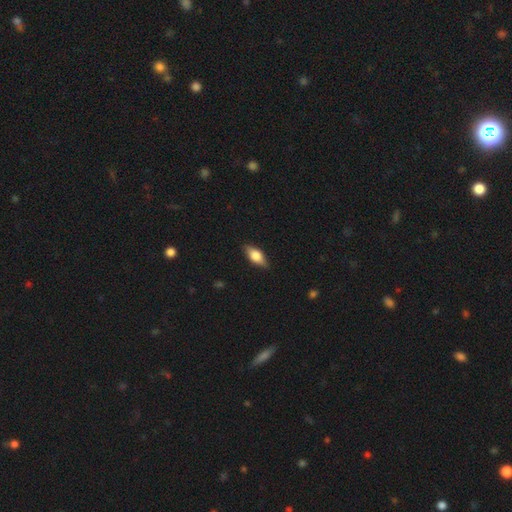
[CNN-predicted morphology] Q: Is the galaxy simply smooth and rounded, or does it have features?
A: smooth — 68%.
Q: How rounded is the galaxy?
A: in between — 83%.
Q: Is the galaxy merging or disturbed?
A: none — 85%.